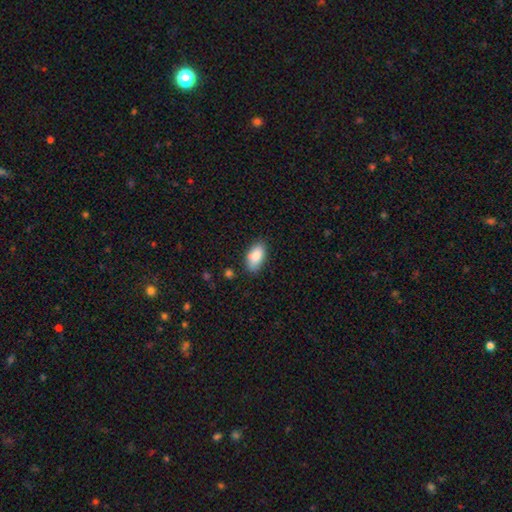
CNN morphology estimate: Smooth or featured? Predicted: smooth (p=0.87). How rounded? Predicted: in between (p=0.93). Merging? Predicted: none (p=0.81).